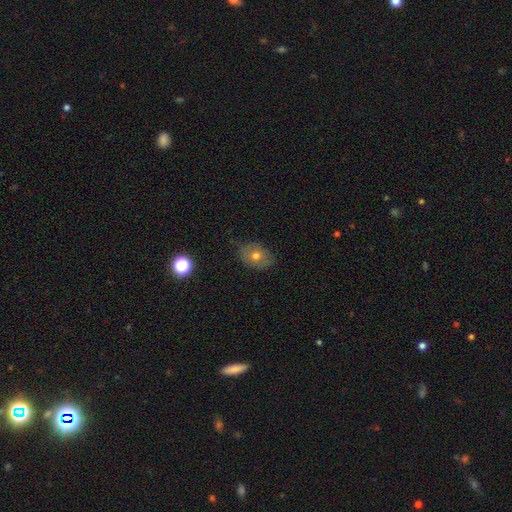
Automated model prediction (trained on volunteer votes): Morphology: type=smooth (67%); roundness=in between (67%); merging=none (74%).